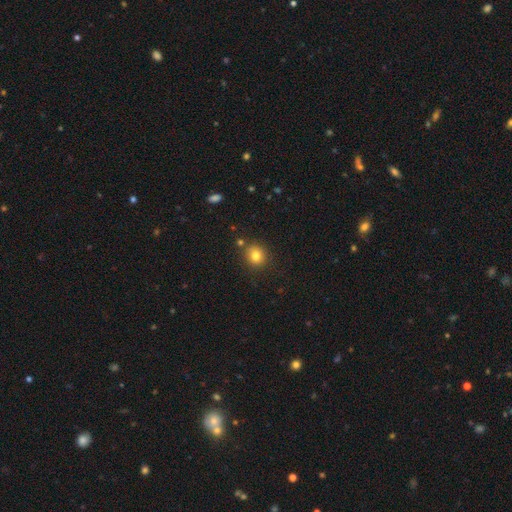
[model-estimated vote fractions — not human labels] Overall: smooth (80%). How rounded: round (81%). Merging: none (81%).